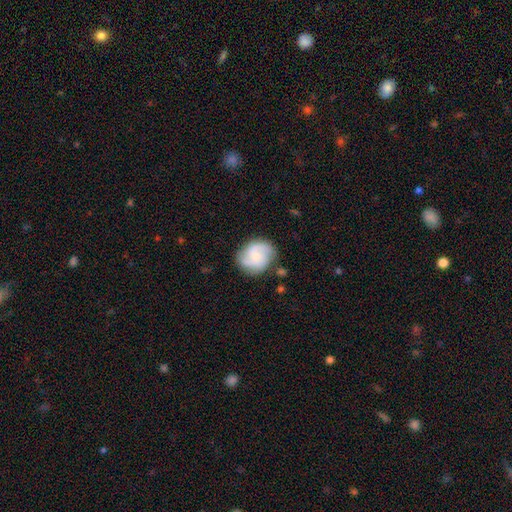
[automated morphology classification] Overall: featured or disk (66%; smooth 27%). Edge-on disk: no (98%). Bar: no (57%; weak 37%). Spiral arms: yes (94%). Spiral arm count: 2 (55%; 3 26%). Spiral winding: medium (49%; tight 26%). Bulge size: small (55%; moderate 28%). Merging: none (75%).